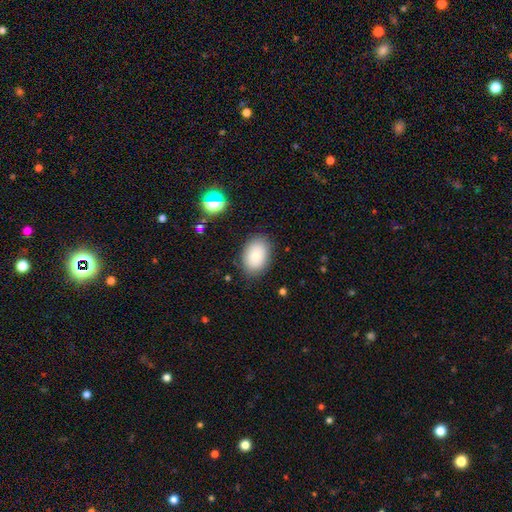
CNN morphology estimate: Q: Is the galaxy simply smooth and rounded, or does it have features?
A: smooth — 81%.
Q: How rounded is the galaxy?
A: in between — 83%.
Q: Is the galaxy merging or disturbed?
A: none — 83%.